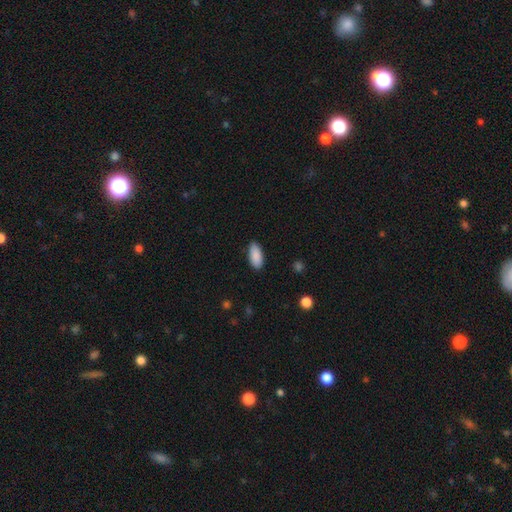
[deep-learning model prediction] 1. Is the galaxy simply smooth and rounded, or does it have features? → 90% smooth, 6% star or artifact, 4% featured or disk.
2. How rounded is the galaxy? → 88% in between, 10% cigar-shaped, 2% round.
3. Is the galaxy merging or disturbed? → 87% none, 10% minor disturbance, 2% major disturbance, 1% merger.